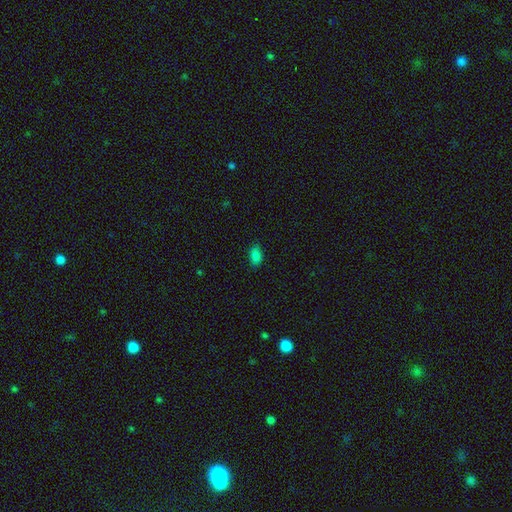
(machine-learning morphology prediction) smooth-or-featured: smooth: 83% | star or artifact: 12% | featured or disk: 5%
  how-rounded: in between: 91% | round: 6% | cigar-shaped: 4%
  merging: none: 82% | minor disturbance: 14% | major disturbance: 3% | merger: 1%